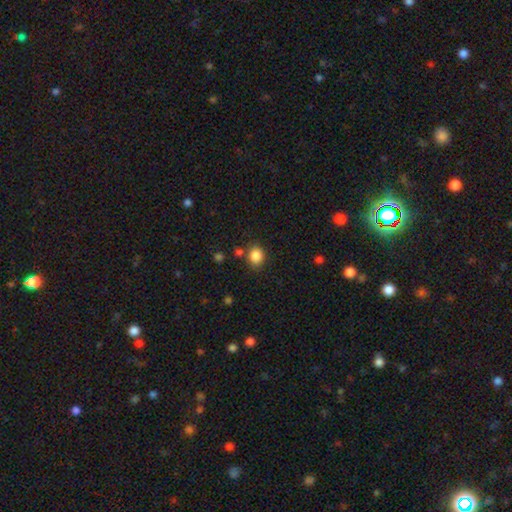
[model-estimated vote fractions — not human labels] Q: Smooth or featured?
A: smooth (86%); runner-up: star or artifact (10%)
Q: How rounded?
A: round (66%); runner-up: in between (33%)
Q: Merging?
A: none (78%); runner-up: minor disturbance (12%)